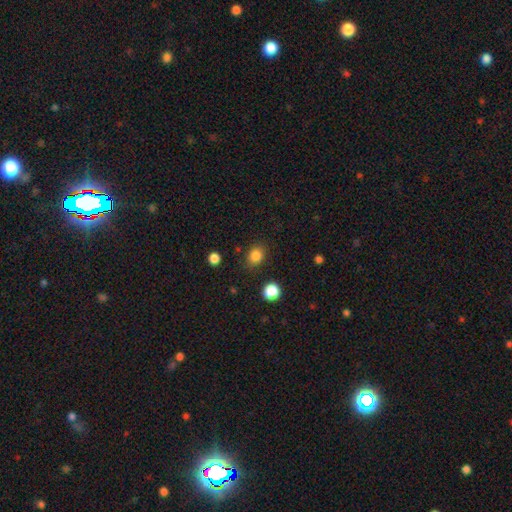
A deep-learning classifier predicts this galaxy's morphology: smooth_or_featured: smooth (p=0.84) [alt: star or artifact p=0.11]
how_rounded: round (p=0.56) [alt: in between p=0.43]
merging: none (p=0.83) [alt: minor disturbance p=0.11]